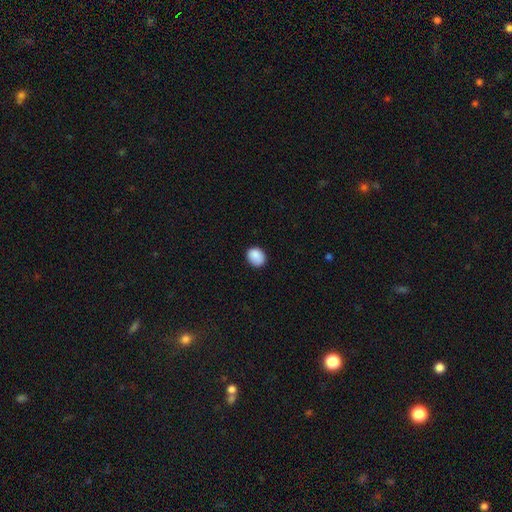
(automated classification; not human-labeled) A smooth galaxy with no disk features (88%) that is round (52%).

Vote fractions:
- Smooth or featured? smooth: 88% / star or artifact: 8% / featured or disk: 4%
- How rounded? round: 52% / in between: 47% / cigar-shaped: 1%
- Merging? none: 83% / minor disturbance: 14% / major disturbance: 3% / merger: 1%